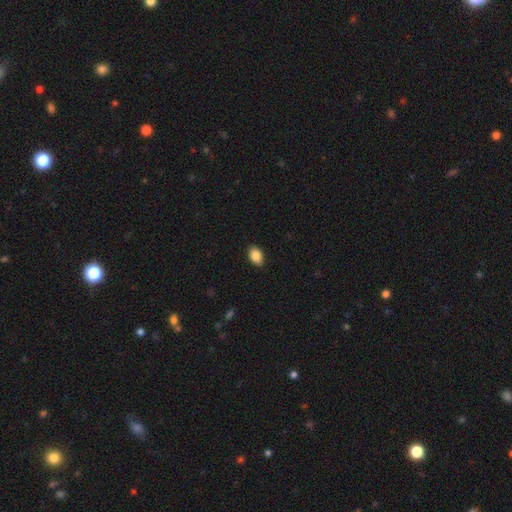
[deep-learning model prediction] A smooth galaxy with no disk features (87%) that is in between round and cigar-shaped (86%).

Vote fractions:
- Smooth or featured? smooth: 87% / star or artifact: 8% / featured or disk: 5%
- How rounded? in between: 86% / round: 13% / cigar-shaped: 1%
- Merging? none: 89% / minor disturbance: 8% / major disturbance: 2% / merger: 1%